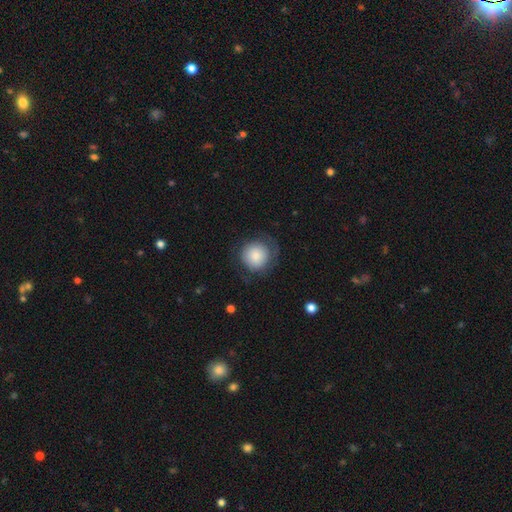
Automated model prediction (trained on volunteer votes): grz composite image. It shows a smooth galaxy with no disk features (76%) that is round (92%). Merging: none (67%).